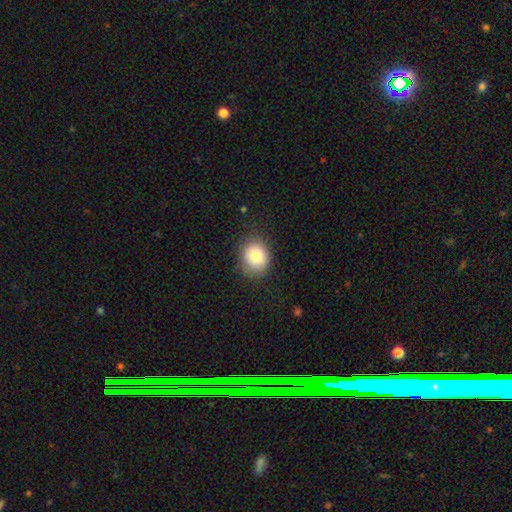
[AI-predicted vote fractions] Morphology: type=smooth (82%); roundness=round (66%); merging=none (81%).